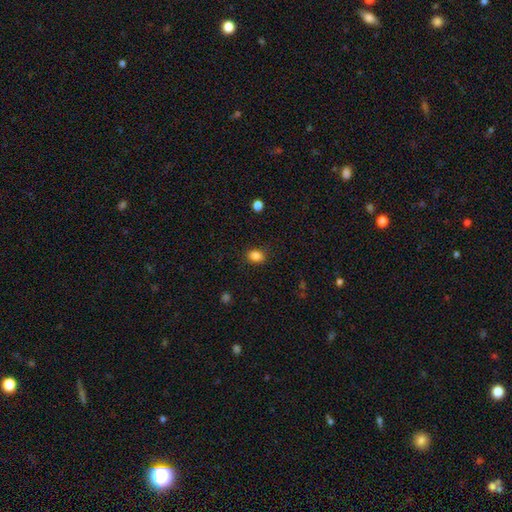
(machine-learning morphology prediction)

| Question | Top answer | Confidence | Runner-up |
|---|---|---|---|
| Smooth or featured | smooth | 86% | star or artifact (10%) |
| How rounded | in between | 63% | round (36%) |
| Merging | none | 84% | minor disturbance (11%) |